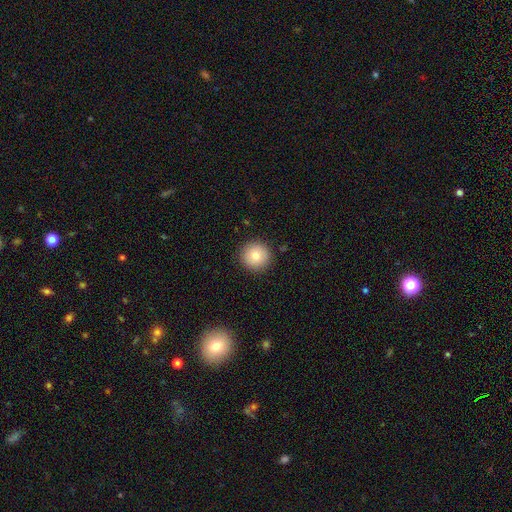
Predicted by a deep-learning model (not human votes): Morphology: type=smooth (80%); roundness=round (96%); merging=none (91%).